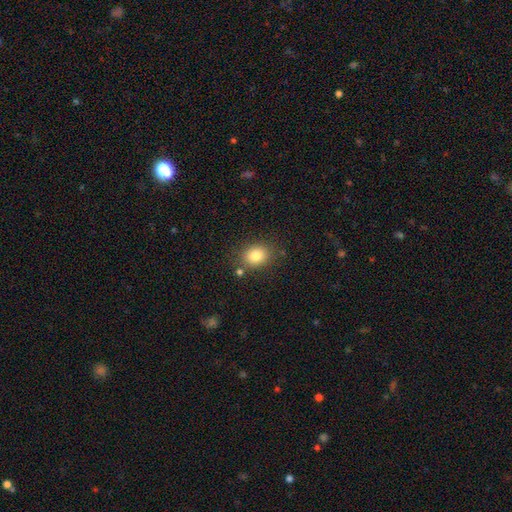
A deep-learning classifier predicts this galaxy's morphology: The model was most divided on "how rounded": round: 53%, in between: 46%, cigar-shaped: 1%. More confident: smooth or featured — smooth (82%); merging — none (80%).